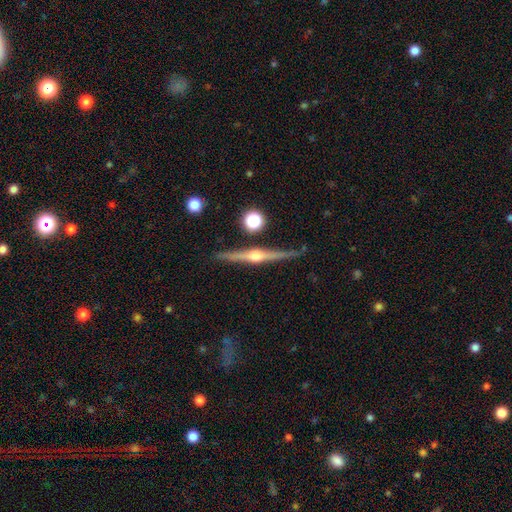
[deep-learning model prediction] Smooth or featured? featured or disk (85%)
Edge-on disk? yes (98%)
Edge-on bulge? rounded (93%)
Merging? none (88%)